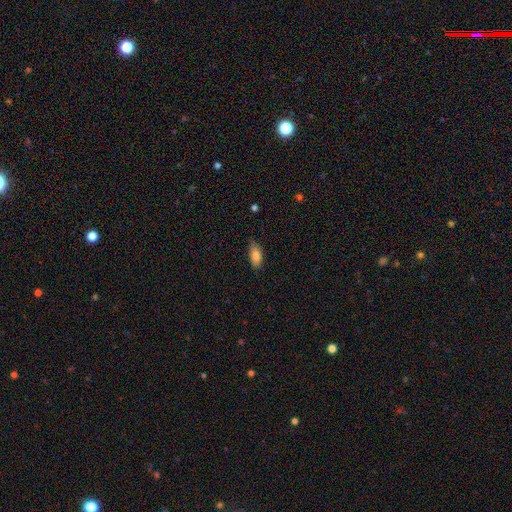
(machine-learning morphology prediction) smooth-or-featured: smooth: 82% | featured or disk: 11% | star or artifact: 7%
  how-rounded: in between: 88% | cigar-shaped: 9% | round: 3%
  merging: none: 76% | minor disturbance: 20% | major disturbance: 3% | merger: 1%